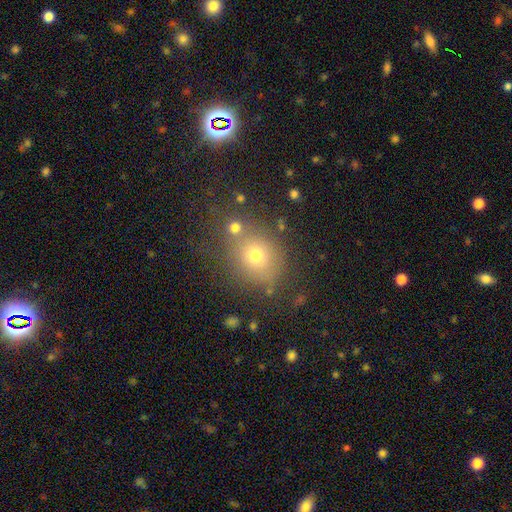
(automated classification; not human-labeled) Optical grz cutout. It shows a smooth galaxy with no disk features (69%) that is round (68%). Merging: none (67%).